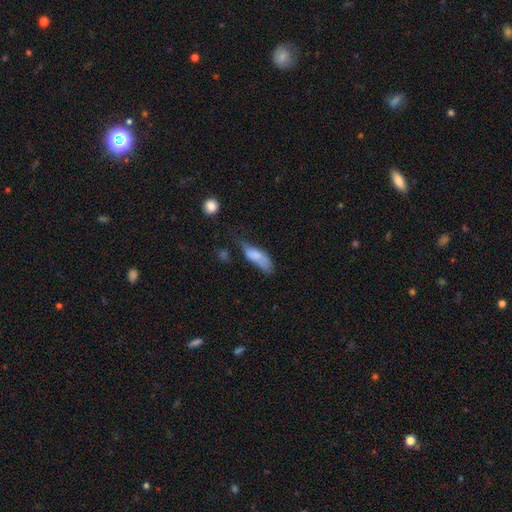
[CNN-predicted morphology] Overall: smooth (73%). How rounded: in between (68%; cigar-shaped 29%). Merging: minor disturbance (35%; major disturbance 29%).